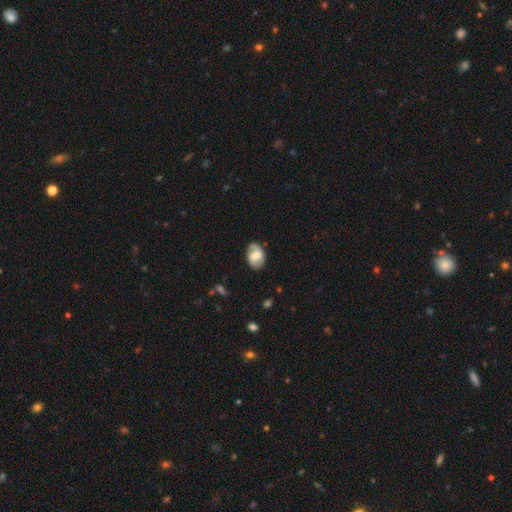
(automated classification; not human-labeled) Smooth or featured?
  - smooth: 50% *
  - featured or disk: 43%
  - star or artifact: 7%
Merging?
  - none: 74% *
  - minor disturbance: 20%
  - major disturbance: 5%
  - merger: 1%